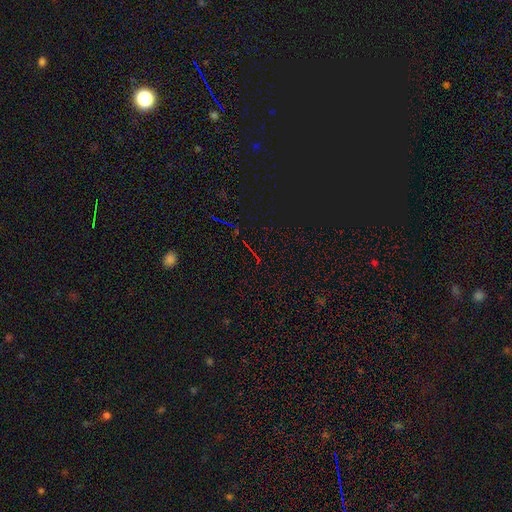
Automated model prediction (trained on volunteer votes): Overall: star or artifact (77%).